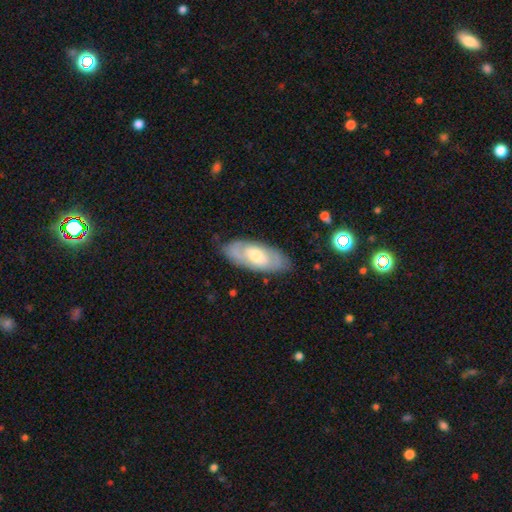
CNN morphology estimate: Smooth or featured: featured or disk — 54% (smooth — 40%)
Edge-on disk: no — 85% (yes — 15%)
Merging: none — 80% (minor disturbance — 15%)